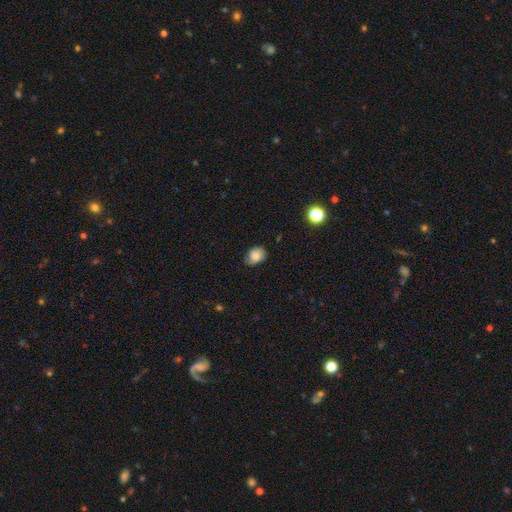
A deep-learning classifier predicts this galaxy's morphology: Overall: smooth (81%). How rounded: in between (64%; round 35%). Merging: none (70%).